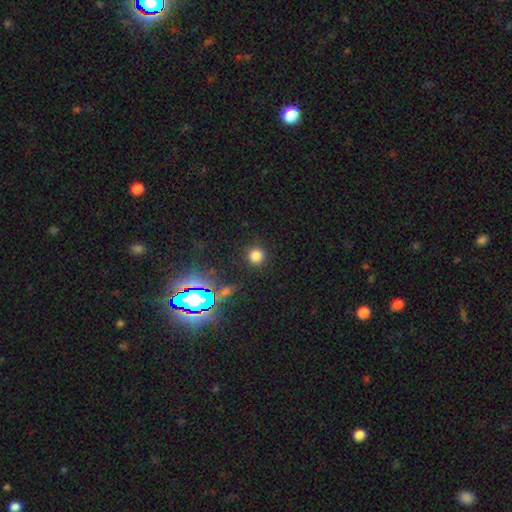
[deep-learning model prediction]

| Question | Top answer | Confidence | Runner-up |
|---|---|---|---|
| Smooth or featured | smooth | 74% | star or artifact (21%) |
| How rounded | round | 94% | in between (5%) |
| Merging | none | 89% | minor disturbance (6%) |